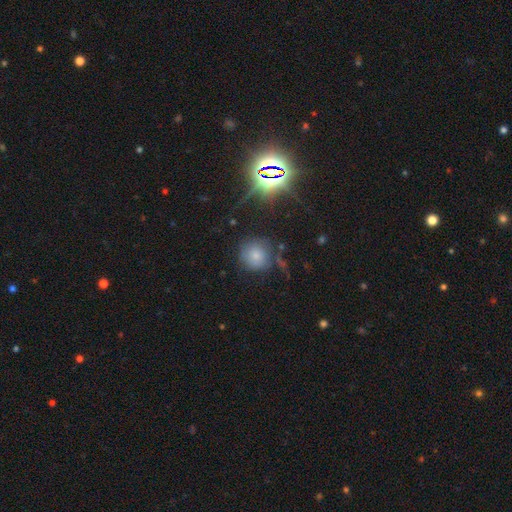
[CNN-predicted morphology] smooth-or-featured: smooth: 72% | star or artifact: 17% | featured or disk: 11%
  how-rounded: round: 91% | in between: 8% | cigar-shaped: 1%
  merging: none: 71% | minor disturbance: 17% | major disturbance: 7% | merger: 5%